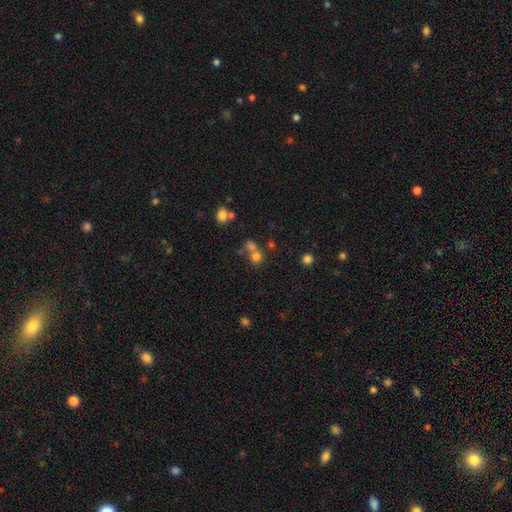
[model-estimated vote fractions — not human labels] This appears to be a smooth galaxy with no disk features (68%) that is round (84%). Merging: merger (45%).